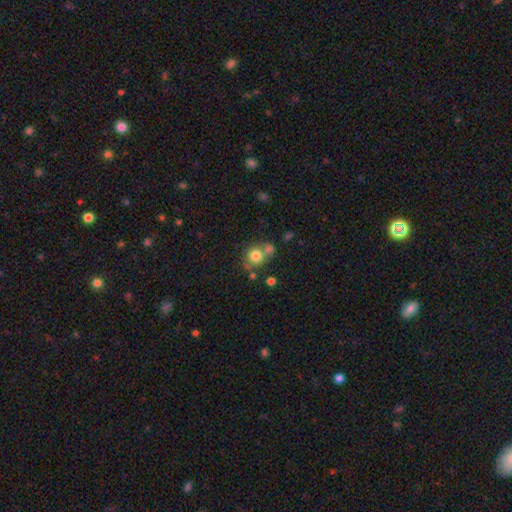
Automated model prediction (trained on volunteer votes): The model was most divided on "merging": none: 54%, merger: 29%, minor disturbance: 12%, major disturbance: 5%. More confident: how rounded — round (87%); smooth or featured — smooth (77%).